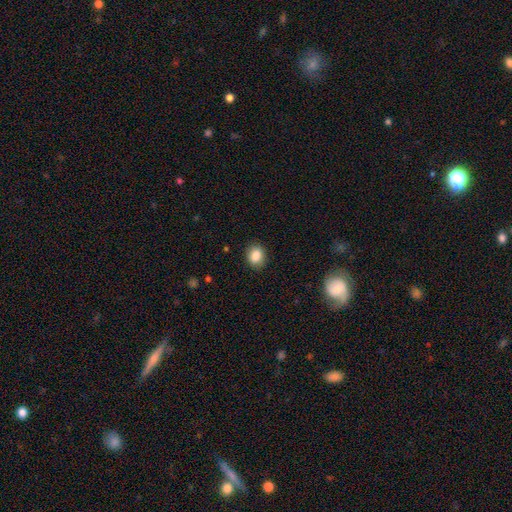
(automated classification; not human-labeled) Q: Smooth or featured?
A: smooth (86%); runner-up: star or artifact (9%)
Q: How rounded?
A: round (55%); runner-up: in between (44%)
Q: Merging?
A: none (88%); runner-up: minor disturbance (8%)